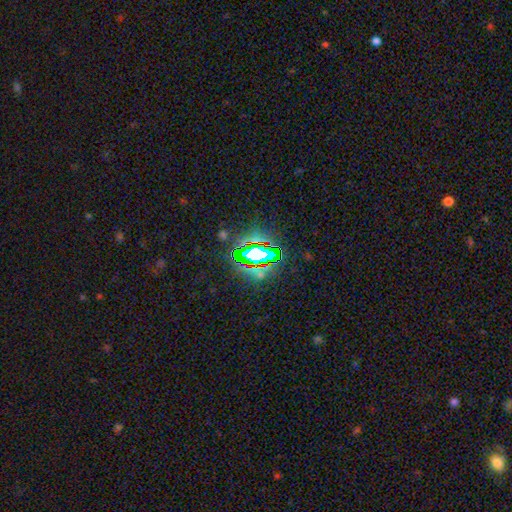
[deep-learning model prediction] Smooth or featured?
  - star or artifact: 69% *
  - smooth: 18%
  - featured or disk: 13%